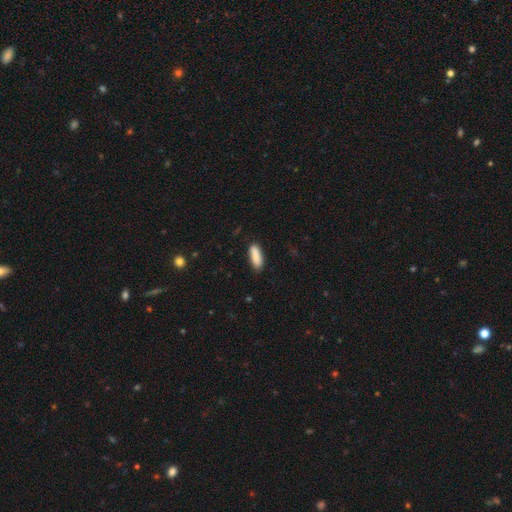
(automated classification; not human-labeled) Overall: smooth (88%). How rounded: in between (61%; cigar-shaped 37%). Merging: none (83%).